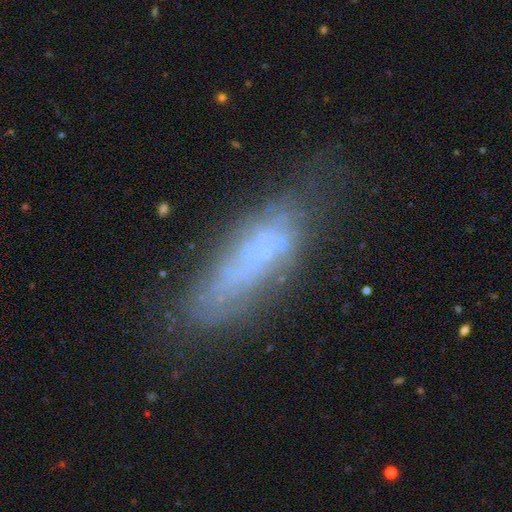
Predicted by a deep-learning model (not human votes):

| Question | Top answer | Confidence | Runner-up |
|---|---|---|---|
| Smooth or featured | featured or disk | 48% | smooth (39%) |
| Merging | none | 55% | minor disturbance (25%) |